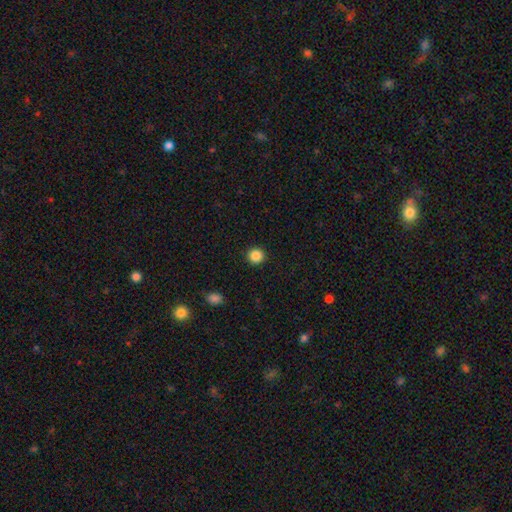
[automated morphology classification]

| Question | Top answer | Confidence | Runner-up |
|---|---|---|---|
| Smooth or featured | smooth | 87% | star or artifact (10%) |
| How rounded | round | 95% | in between (4%) |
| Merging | none | 93% | minor disturbance (4%) |